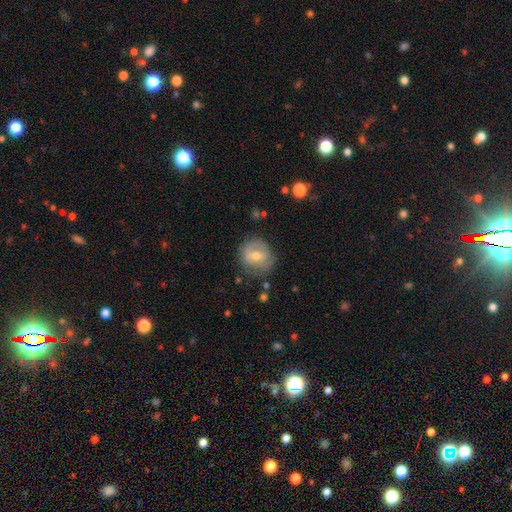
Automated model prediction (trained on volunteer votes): Smooth or featured? Predicted: featured or disk (p=0.50). Merging? Predicted: none (p=0.68).